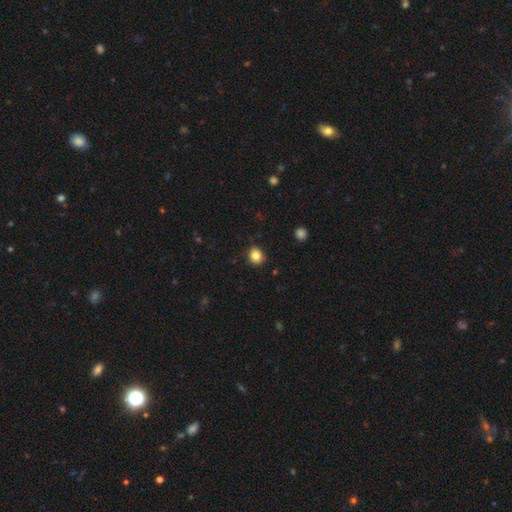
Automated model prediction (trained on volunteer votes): A smooth galaxy with no disk features (84%) that is round (80%).

Vote fractions:
- Smooth or featured? smooth: 84% / star or artifact: 10% / featured or disk: 6%
- How rounded? round: 80% / in between: 19% / cigar-shaped: 1%
- Merging? none: 89% / minor disturbance: 8% / major disturbance: 2% / merger: 1%